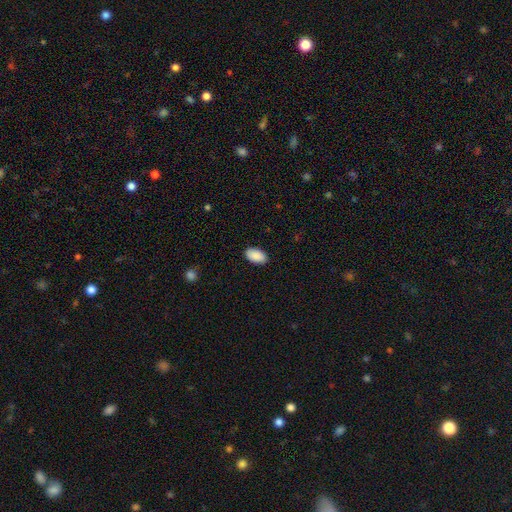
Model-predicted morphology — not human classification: Smooth or featured? smooth (90%)
How rounded? in between (95%)
Merging? none (89%)